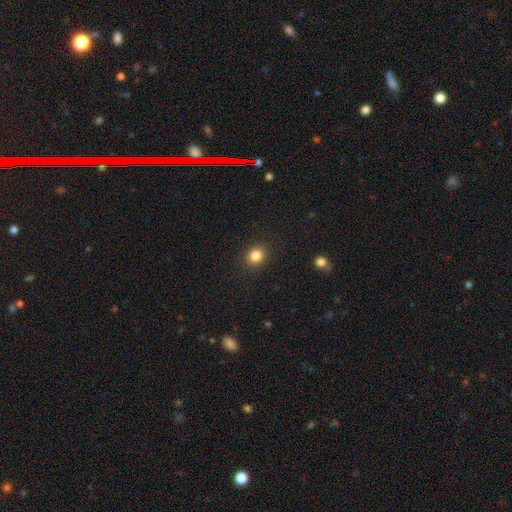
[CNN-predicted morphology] Smooth or featured?
  - smooth: 84% *
  - star or artifact: 11%
  - featured or disk: 5%
How rounded?
  - round: 72% *
  - in between: 27%
  - cigar-shaped: 1%
Merging?
  - none: 89% *
  - minor disturbance: 7%
  - major disturbance: 2%
  - merger: 1%